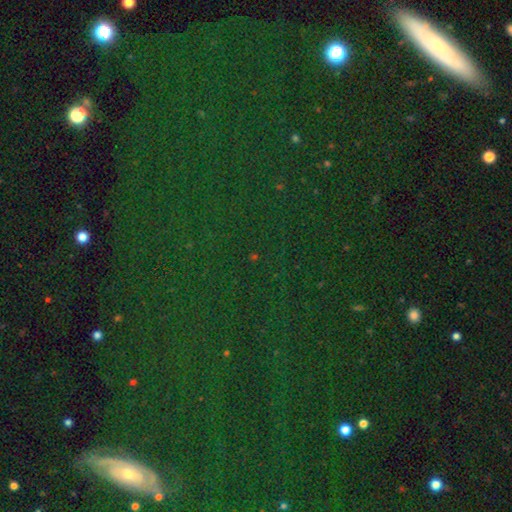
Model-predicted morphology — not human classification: Smooth or featured: star or artifact — 71% (smooth — 17%)